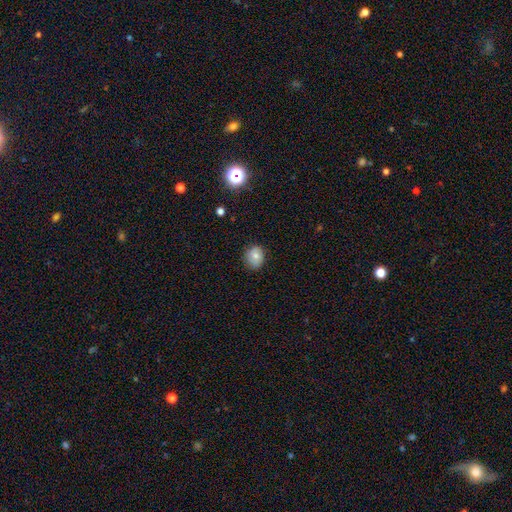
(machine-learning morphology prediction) This appears to be a smooth galaxy with no disk features (74%) that is round (68%). Merging: none (80%).